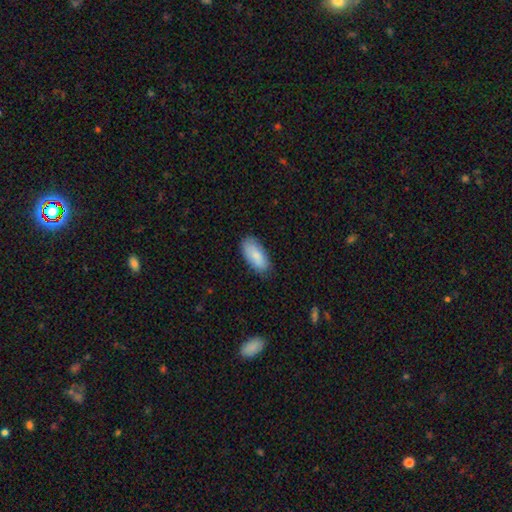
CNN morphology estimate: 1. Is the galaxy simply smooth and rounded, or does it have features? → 82% smooth, 12% featured or disk, 6% star or artifact.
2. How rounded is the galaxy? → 89% in between, 9% cigar-shaped, 2% round.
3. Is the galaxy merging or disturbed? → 81% none, 15% minor disturbance, 3% major disturbance, 1% merger.